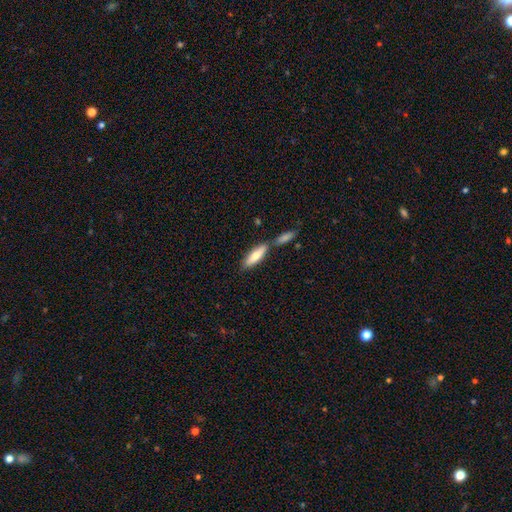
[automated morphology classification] smooth_or_featured: smooth (p=0.70) [alt: featured or disk p=0.24]
how_rounded: cigar-shaped (p=0.51) [alt: in between p=0.48]
merging: none (p=0.62) [alt: merger p=0.24]